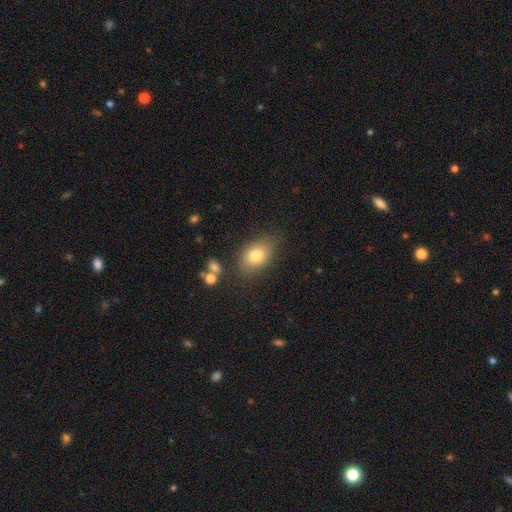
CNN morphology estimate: smooth 79%, featured or disk 12%, star or artifact 9%. Down the decision tree: how rounded — in between (82%); merging — none (78%).